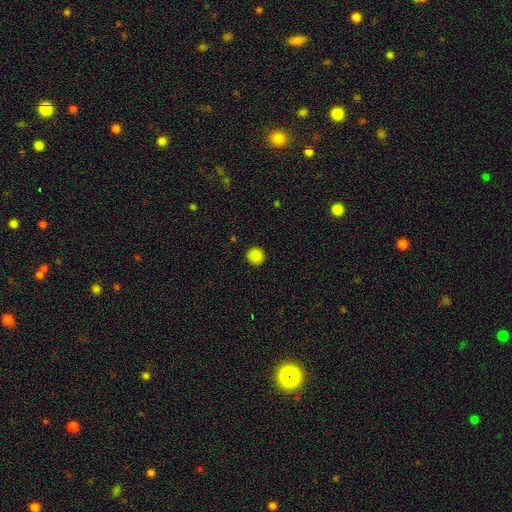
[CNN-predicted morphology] Smooth or featured? smooth (87%)
How rounded? round (93%)
Merging? none (91%)